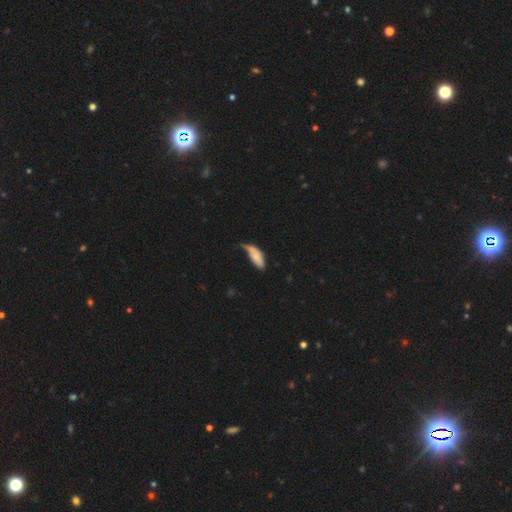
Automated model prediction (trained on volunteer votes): Smooth or featured? smooth (75%)
How rounded? in between (80%)
Merging? minor disturbance (36%)